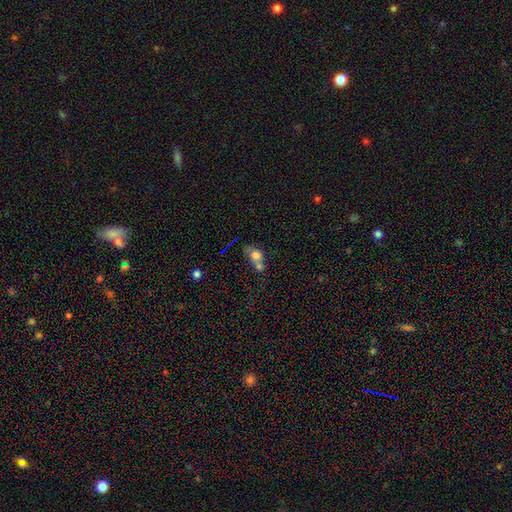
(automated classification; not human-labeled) This appears to be a smooth galaxy with no disk features (70%) that is in between round and cigar-shaped (60%). Merging: merger (61%).